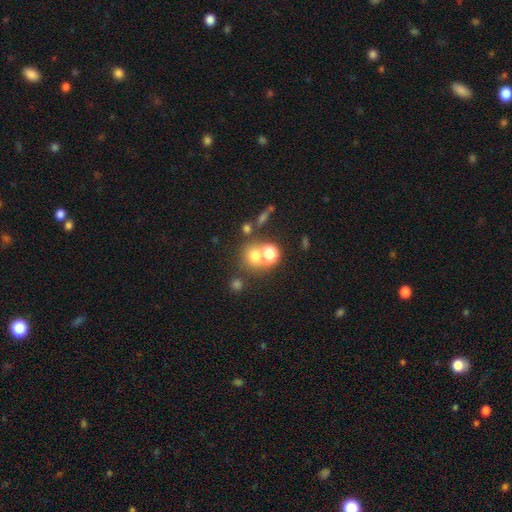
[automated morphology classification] type=smooth (67%); roundness=round (78%); merging=none (50%).